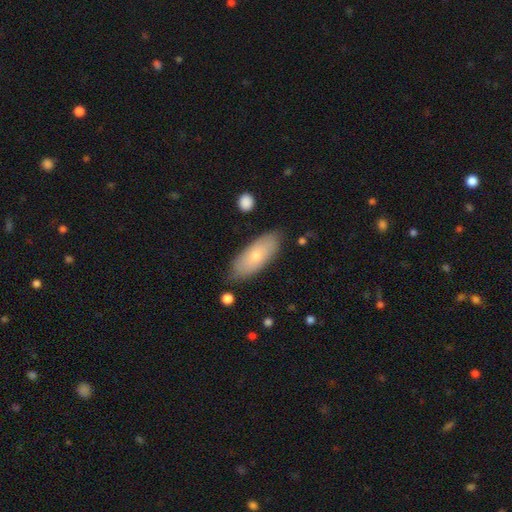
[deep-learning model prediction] This appears to be a smooth galaxy with no disk features (66%) that is in between round and cigar-shaped (76%). Merging: none (81%).